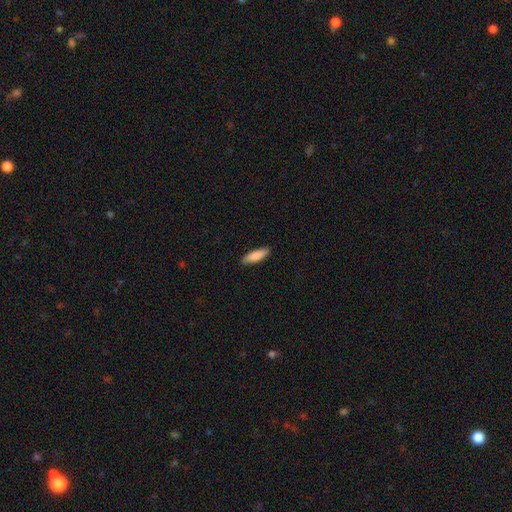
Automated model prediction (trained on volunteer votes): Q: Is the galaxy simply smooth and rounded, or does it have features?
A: smooth — 86%.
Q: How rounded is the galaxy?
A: cigar-shaped — 60%.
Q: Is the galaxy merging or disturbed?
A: none — 87%.